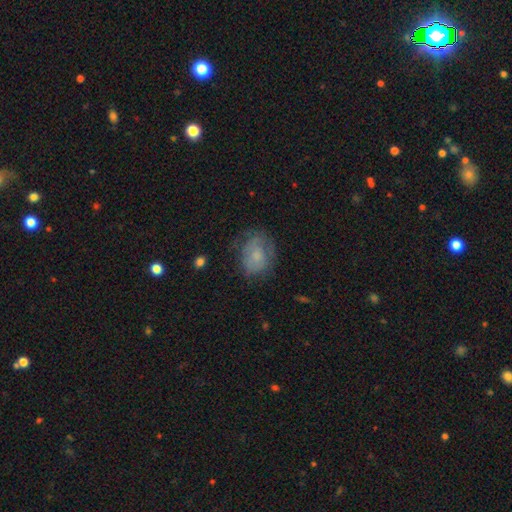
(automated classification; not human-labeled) This appears to be a smooth galaxy with no disk features (59%) that is in between round and cigar-shaped (57%). Merging: none (56%).